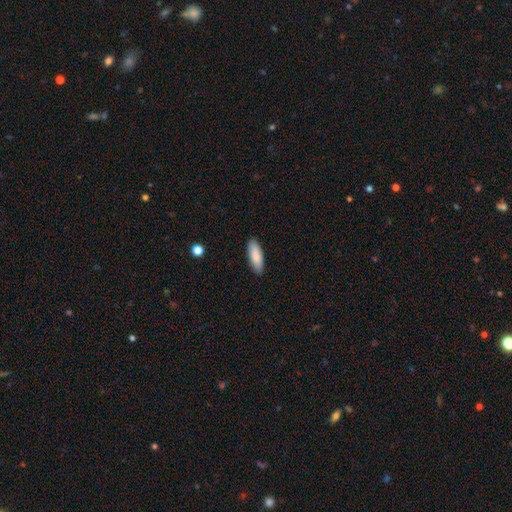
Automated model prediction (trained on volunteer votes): smooth 88%, featured or disk 7%, star or artifact 6%. Down the decision tree: how rounded — in between (63%); merging — none (89%).